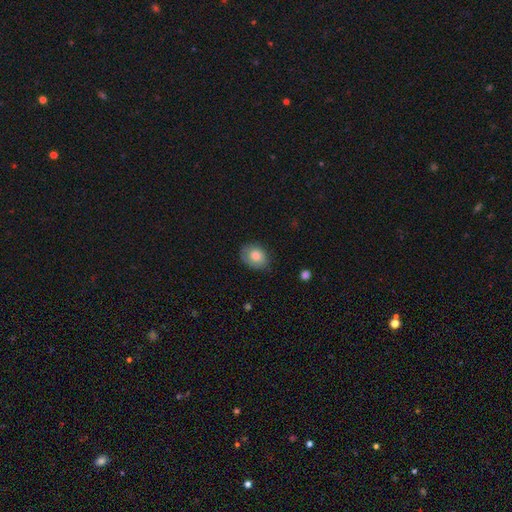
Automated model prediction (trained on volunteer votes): The model was most divided on "how rounded": in between: 57%, round: 42%, cigar-shaped: 1%. More confident: smooth or featured — smooth (78%); merging — none (74%).